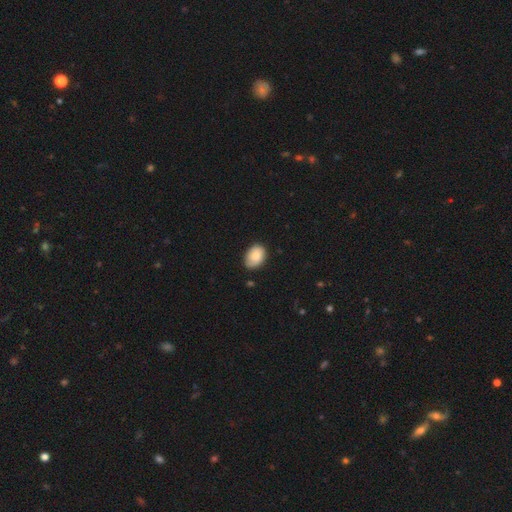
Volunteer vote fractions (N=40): smooth 80%, featured or disk 10%, star or artifact 10%. Down the decision tree: how rounded — in between (66%); merging — none (61%).